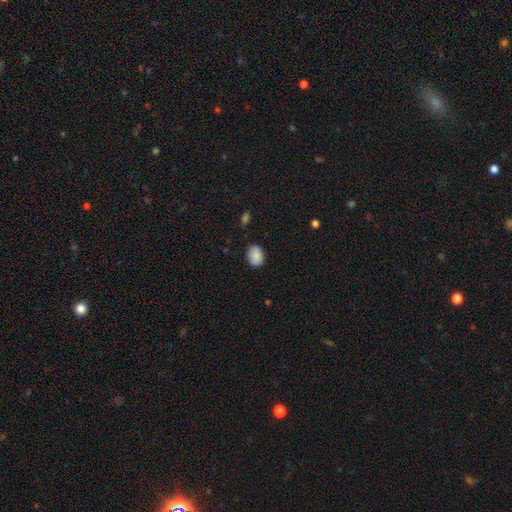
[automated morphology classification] Smooth or featured?
  - smooth: 87% *
  - star or artifact: 7%
  - featured or disk: 6%
How rounded?
  - in between: 66% *
  - round: 33%
  - cigar-shaped: 1%
Merging?
  - none: 79% *
  - minor disturbance: 17%
  - major disturbance: 3%
  - merger: 1%